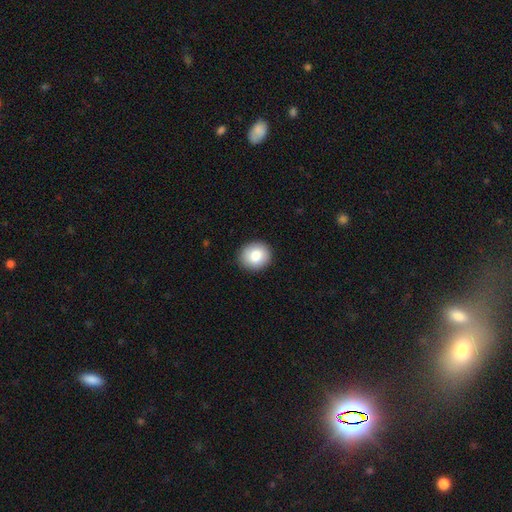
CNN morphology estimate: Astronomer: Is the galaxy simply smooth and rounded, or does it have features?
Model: smooth — 83%.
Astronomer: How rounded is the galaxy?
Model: round — 78%.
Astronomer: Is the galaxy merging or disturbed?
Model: none — 90%.